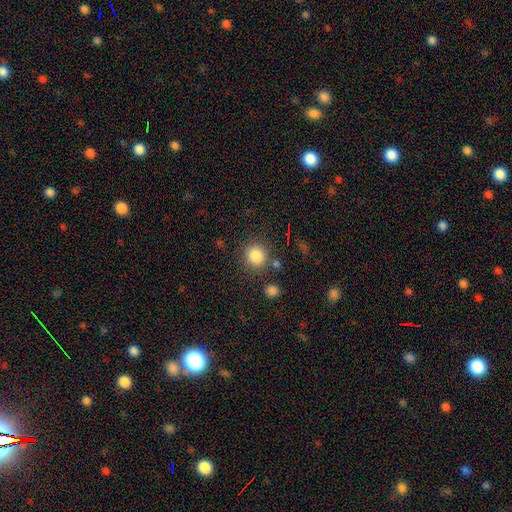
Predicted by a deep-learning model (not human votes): Smooth or featured? Predicted: smooth (p=0.85). How rounded? Predicted: round (p=0.91). Merging? Predicted: none (p=0.81).